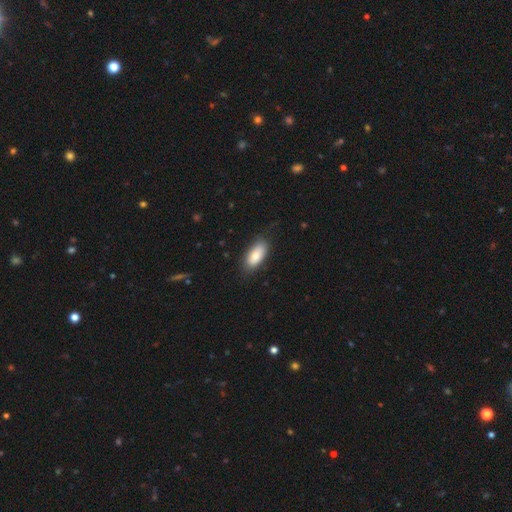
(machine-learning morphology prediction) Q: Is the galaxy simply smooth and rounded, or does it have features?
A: smooth — 83%.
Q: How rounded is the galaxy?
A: in between — 88%.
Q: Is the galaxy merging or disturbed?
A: none — 79%.